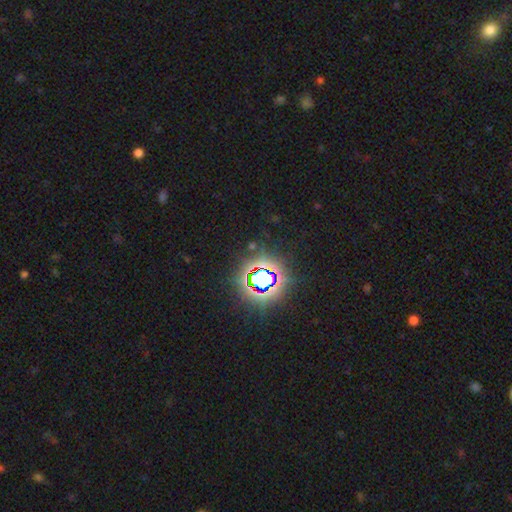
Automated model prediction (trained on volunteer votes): star or artifact 86%, smooth 9%, featured or disk 5%.